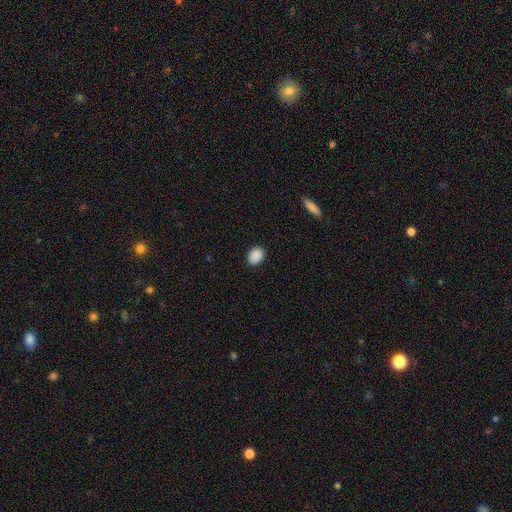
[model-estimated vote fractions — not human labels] Smooth or featured?
  - smooth: 90% *
  - star or artifact: 8%
  - featured or disk: 2%
How rounded?
  - in between: 70% *
  - round: 29%
  - cigar-shaped: 1%
Merging?
  - none: 89% *
  - minor disturbance: 8%
  - major disturbance: 2%
  - merger: 1%